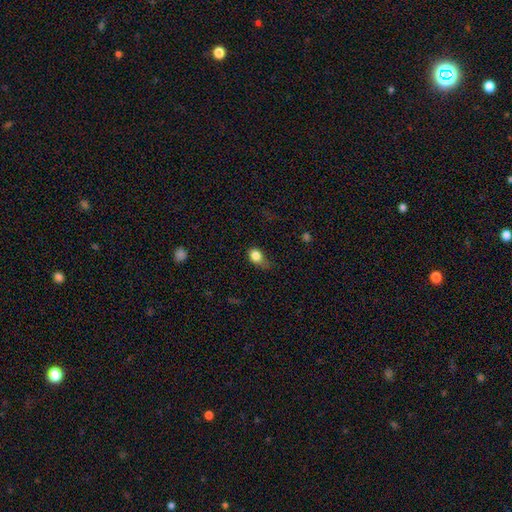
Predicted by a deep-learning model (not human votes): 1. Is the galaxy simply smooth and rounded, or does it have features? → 83% smooth, 10% star or artifact, 7% featured or disk.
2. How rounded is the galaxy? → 55% in between, 43% round, 2% cigar-shaped.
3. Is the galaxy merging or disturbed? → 40% none, 39% minor disturbance, 18% major disturbance, 2% merger.